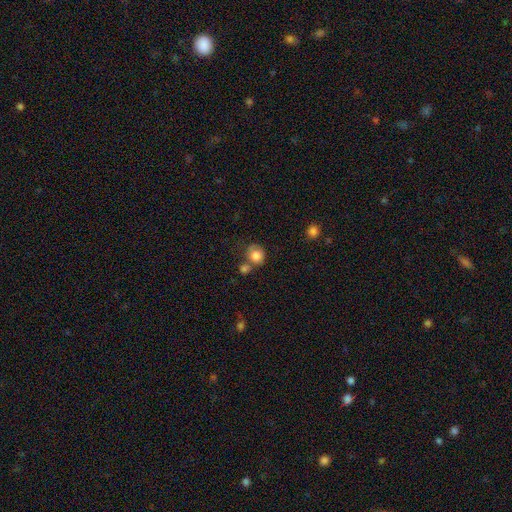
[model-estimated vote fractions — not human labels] Morphology: type=smooth (81%); roundness=round (80%); merging=none (51%).